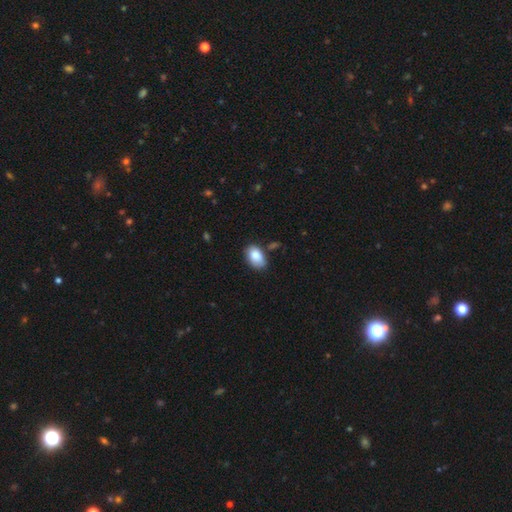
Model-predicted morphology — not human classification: This appears to be a smooth galaxy with no disk features (85%) that is in between round and cigar-shaped (90%). Merging: none (67%).